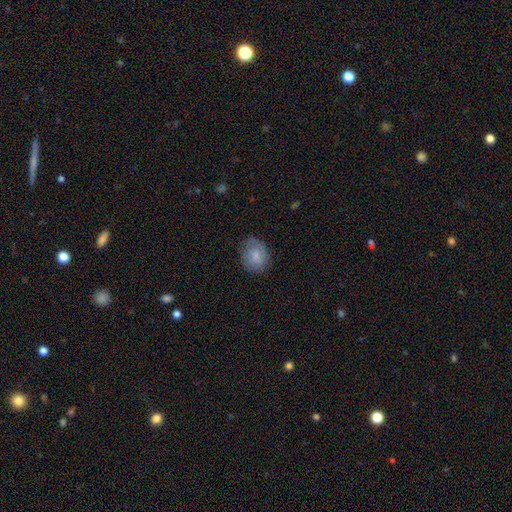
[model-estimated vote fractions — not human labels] Q: Smooth or featured?
A: smooth (80%); runner-up: featured or disk (13%)
Q: How rounded?
A: round (57%); runner-up: in between (42%)
Q: Merging?
A: none (72%); runner-up: minor disturbance (21%)